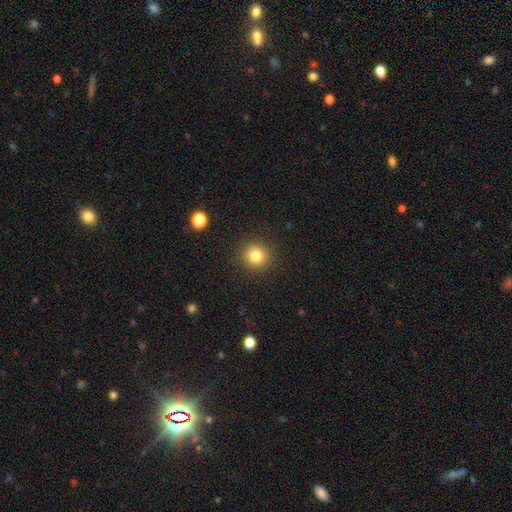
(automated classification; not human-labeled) This appears to be a smooth galaxy with no disk features (81%) that is round (91%). Merging: none (90%).